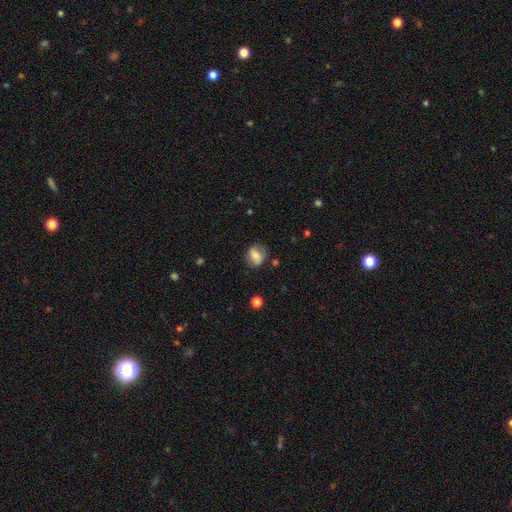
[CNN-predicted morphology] Overall: smooth (68%). How rounded: round (56%; in between 43%). Merging: none (71%).